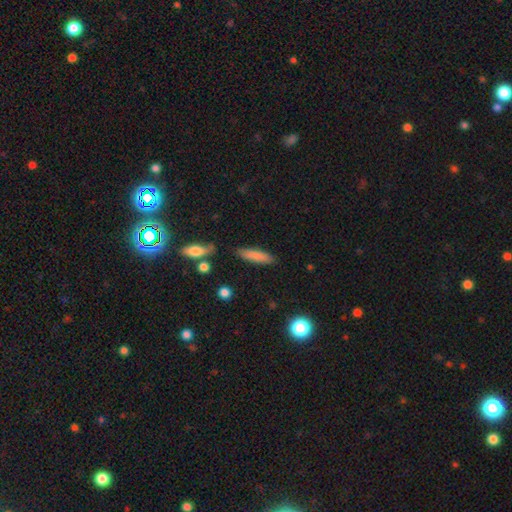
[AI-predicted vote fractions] smooth 82%, featured or disk 11%, star or artifact 7%. Down the decision tree: how rounded — cigar-shaped (72%); merging — none (83%).